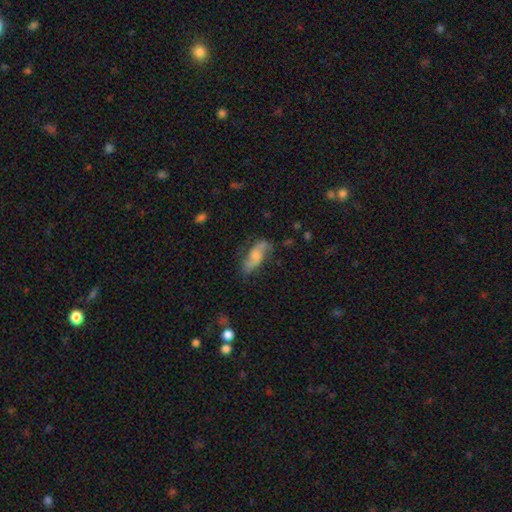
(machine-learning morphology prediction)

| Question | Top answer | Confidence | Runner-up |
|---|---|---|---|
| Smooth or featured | featured or disk | 52% | smooth (40%) |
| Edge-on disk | no | 89% | yes (11%) |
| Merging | none | 61% | minor disturbance (24%) |